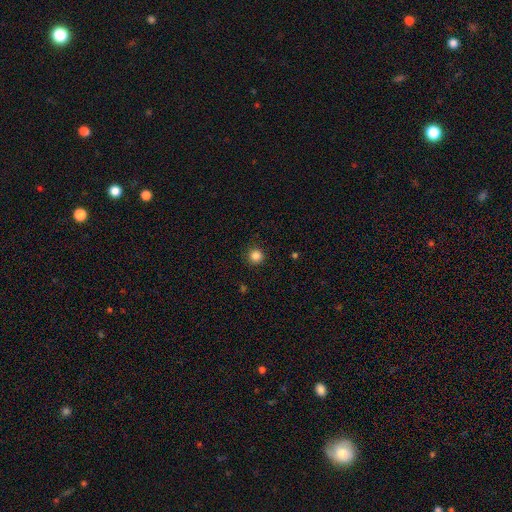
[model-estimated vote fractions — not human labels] Smooth or featured?
  - smooth: 85% *
  - star or artifact: 12%
  - featured or disk: 3%
How rounded?
  - round: 95% *
  - in between: 4%
  - cigar-shaped: 1%
Merging?
  - none: 91% *
  - minor disturbance: 6%
  - major disturbance: 2%
  - merger: 1%